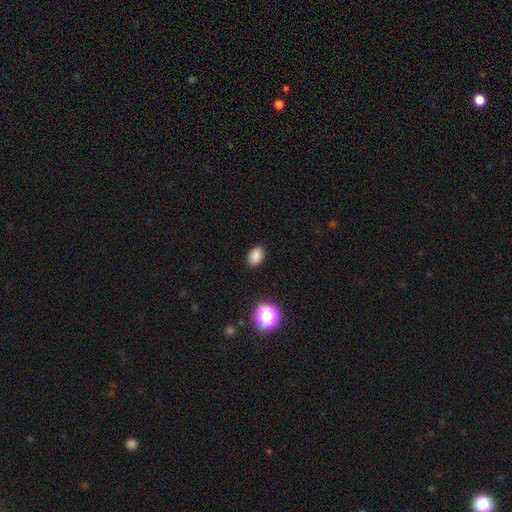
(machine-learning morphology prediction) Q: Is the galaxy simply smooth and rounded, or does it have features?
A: smooth — 84%.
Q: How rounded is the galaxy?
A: in between — 79%.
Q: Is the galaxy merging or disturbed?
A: none — 88%.